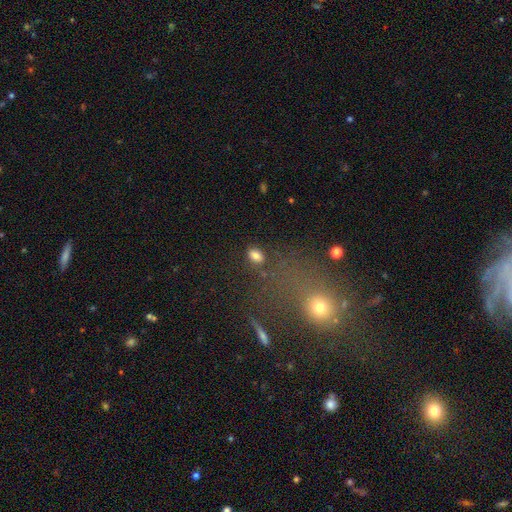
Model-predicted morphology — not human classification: smooth 78%, star or artifact 13%, featured or disk 8%. Down the decision tree: how rounded — in between (80%); merging — none (79%).